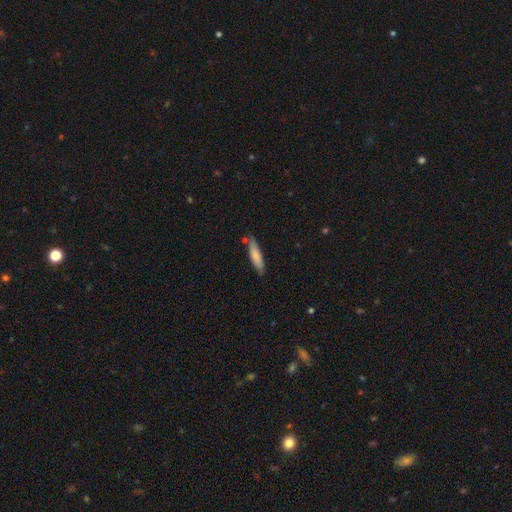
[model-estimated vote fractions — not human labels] Q: Smooth or featured?
A: smooth (79%); runner-up: featured or disk (15%)
Q: How rounded?
A: cigar-shaped (80%); runner-up: in between (19%)
Q: Merging?
A: none (78%); runner-up: minor disturbance (15%)